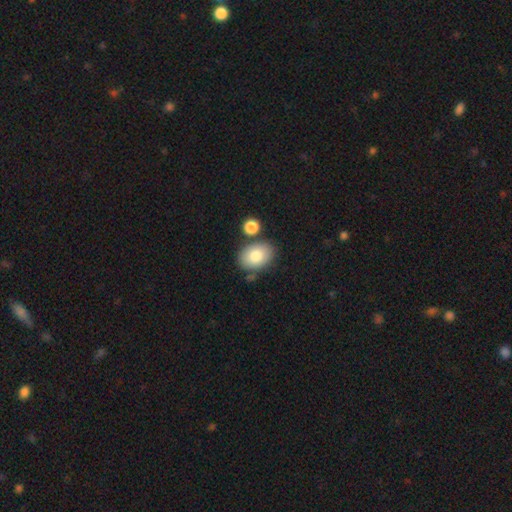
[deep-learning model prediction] smooth-or-featured: smooth: 80% | featured or disk: 12% | star or artifact: 7%
  how-rounded: in between: 78% | round: 20% | cigar-shaped: 1%
  merging: none: 74% | minor disturbance: 13% | merger: 10% | major disturbance: 3%